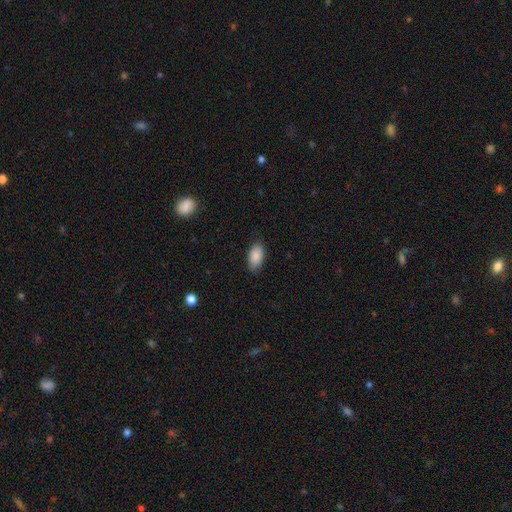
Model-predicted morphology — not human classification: Smooth or featured? Predicted: smooth (p=0.90). How rounded? Predicted: in between (p=0.94). Merging? Predicted: none (p=0.84).